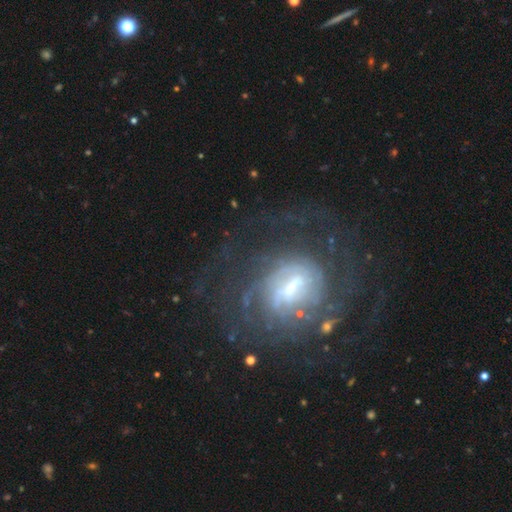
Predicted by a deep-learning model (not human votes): A featured or disk galaxy (81%) with a weak bar (46%), tight (60%) spiral arms (89%) and a small central bulge (36%). Merging: none (67%).